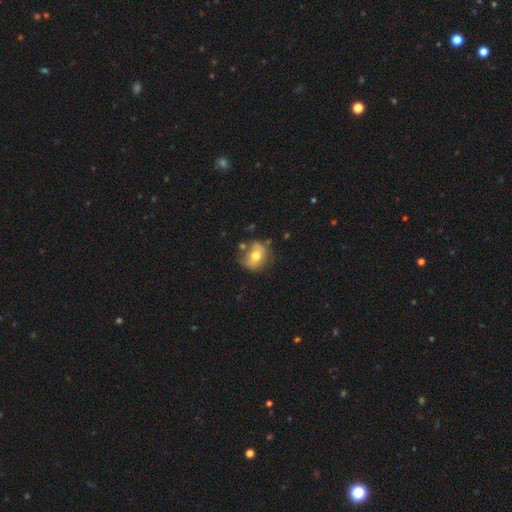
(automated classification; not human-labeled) Smooth or featured?
  - smooth: 61% *
  - featured or disk: 30%
  - star or artifact: 10%
How rounded?
  - round: 61% *
  - in between: 37%
  - cigar-shaped: 1%
Merging?
  - none: 55% *
  - minor disturbance: 26%
  - major disturbance: 10%
  - merger: 9%